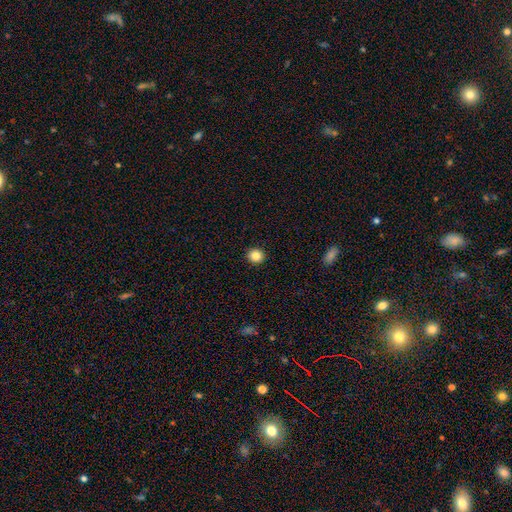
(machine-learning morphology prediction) This appears to be a smooth galaxy with no disk features (85%) that is round (86%). Merging: none (93%).